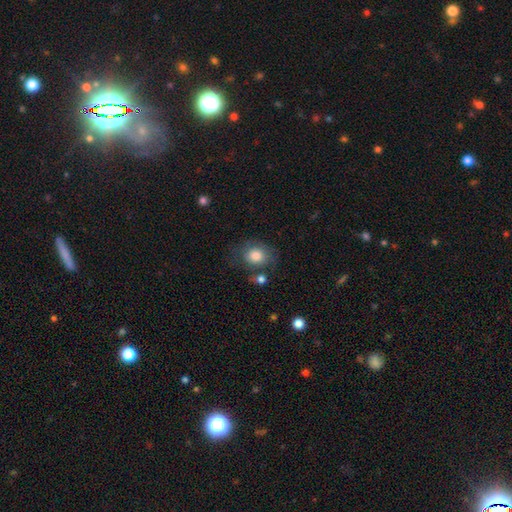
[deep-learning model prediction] Smooth or featured?
  - smooth: 80% *
  - featured or disk: 12%
  - star or artifact: 8%
How rounded?
  - round: 58% *
  - in between: 41%
  - cigar-shaped: 1%
Merging?
  - none: 61% *
  - minor disturbance: 22%
  - major disturbance: 10%
  - merger: 7%